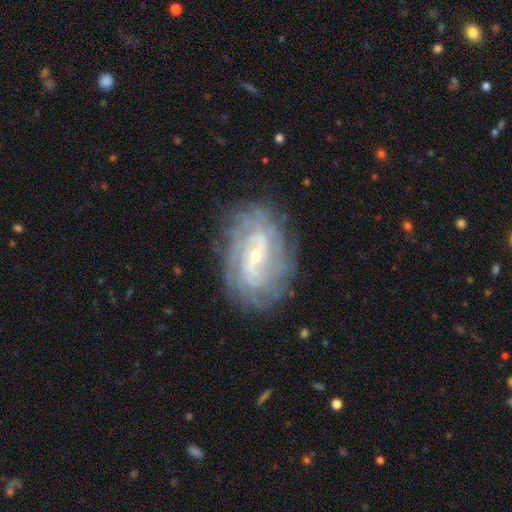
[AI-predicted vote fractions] Overall: featured or disk (88%). Edge-on disk: no (96%). Bar: weak (48%; no 29%). Spiral arms: yes (95%). Spiral arm count: can't tell (36%; 4 17%). Spiral winding: tight (67%). Bulge size: small (77%). Merging: none (80%).